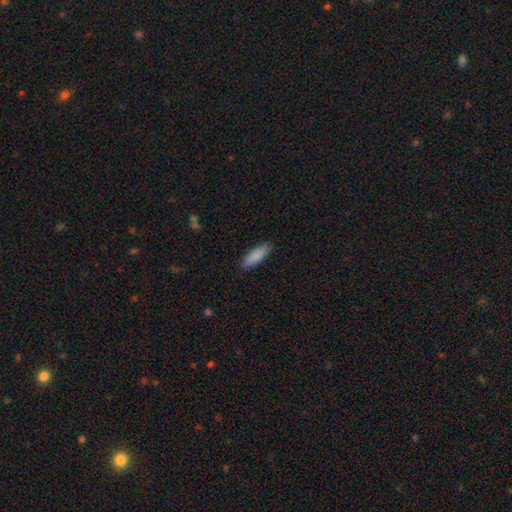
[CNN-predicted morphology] Overall: smooth (89%). How rounded: in between (53%; cigar-shaped 46%). Merging: none (88%).